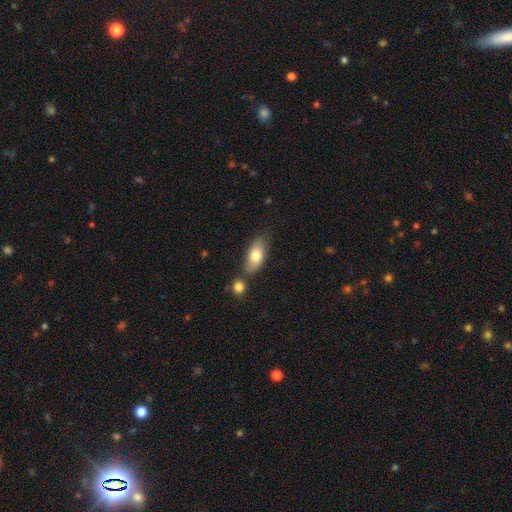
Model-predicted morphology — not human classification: This is likely a smooth galaxy (75%). How rounded: clearly in between (85%). Merging: likely none (62%).